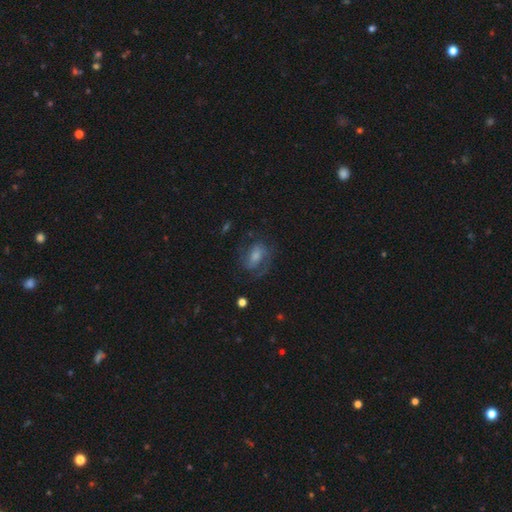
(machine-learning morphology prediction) Smooth or featured? featured or disk (58%)
Edge-on disk? no (96%)
Bar? no (46%)
Spiral arms? yes (84%)
Bulge size? moderate (40%)
Merging? none (58%)